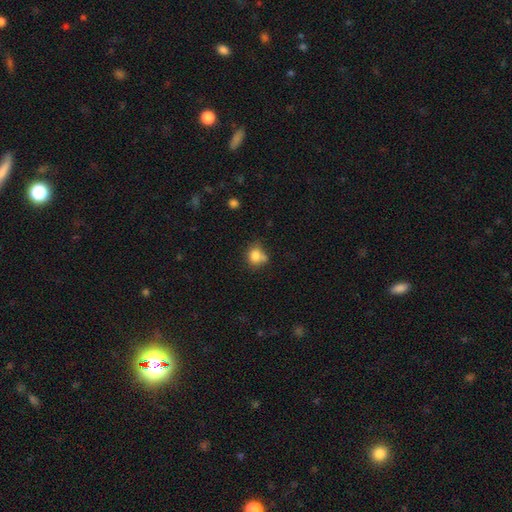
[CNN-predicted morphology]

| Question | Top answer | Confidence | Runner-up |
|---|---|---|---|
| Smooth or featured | smooth | 81% | star or artifact (11%) |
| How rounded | round | 69% | in between (30%) |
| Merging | none | 51% | merger (22%) |